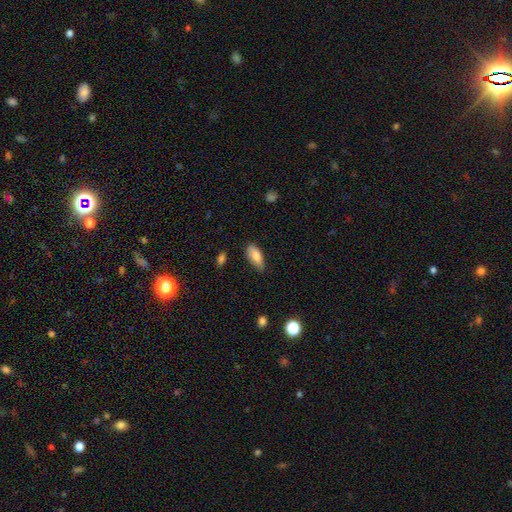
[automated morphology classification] A smooth galaxy with no disk features (84%) that is in between round and cigar-shaped (81%). Merging: none (71%).